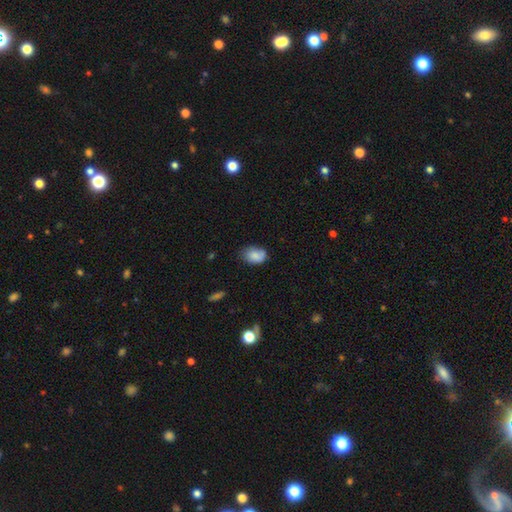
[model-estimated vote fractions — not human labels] smooth-or-featured: smooth: 80% | featured or disk: 12% | star or artifact: 8%
  how-rounded: in between: 80% | round: 19% | cigar-shaped: 1%
  merging: none: 60% | minor disturbance: 30% | major disturbance: 7% | merger: 3%